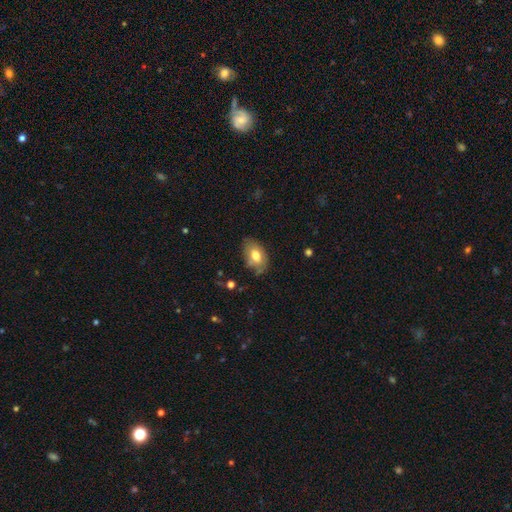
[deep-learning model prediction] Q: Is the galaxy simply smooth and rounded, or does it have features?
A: smooth — 72%.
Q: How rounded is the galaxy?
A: in between — 90%.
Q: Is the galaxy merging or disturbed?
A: none — 66%.